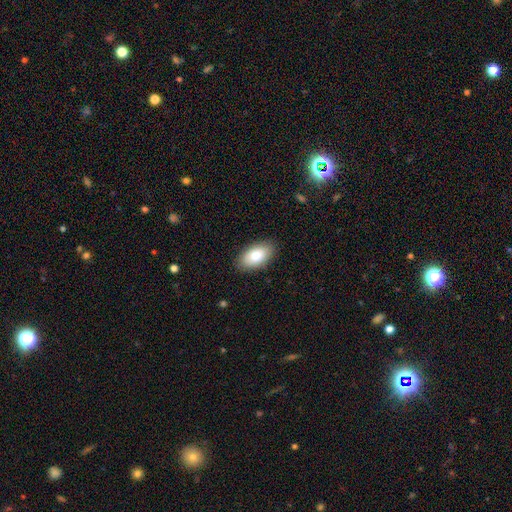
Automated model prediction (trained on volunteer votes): Smooth or featured: smooth — 78% (featured or disk — 15%)
How rounded: in between — 94% (round — 4%)
Merging: none — 88% (minor disturbance — 9%)